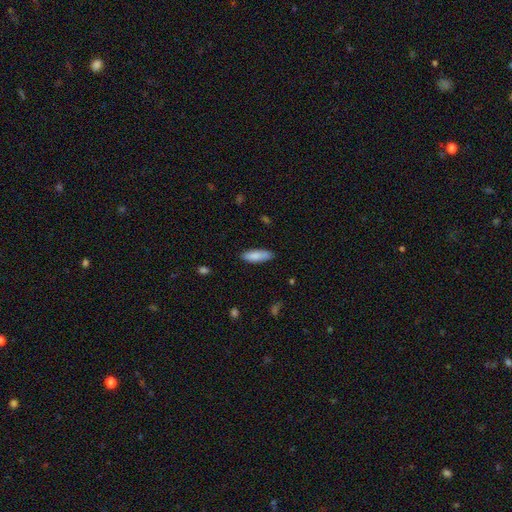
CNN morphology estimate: type=smooth (86%); roundness=in between (55%); merging=none (85%).